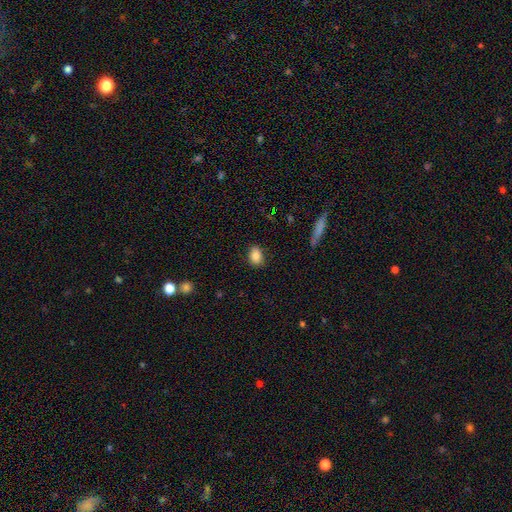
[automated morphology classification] Overall: smooth (85%). How rounded: in between (72%). Merging: none (86%).